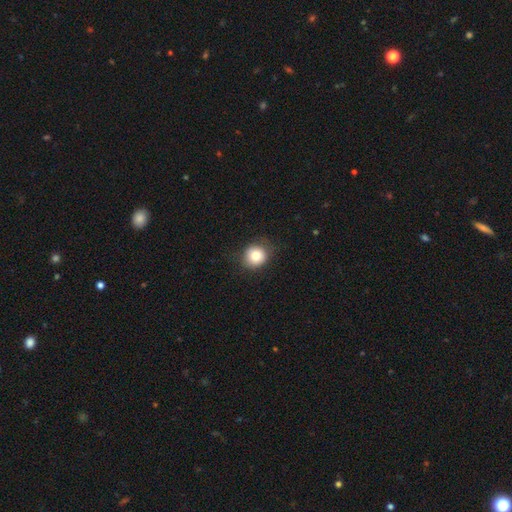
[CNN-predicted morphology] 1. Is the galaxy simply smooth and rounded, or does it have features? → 80% smooth, 10% featured or disk, 10% star or artifact.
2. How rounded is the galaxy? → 85% round, 14% in between, 1% cigar-shaped.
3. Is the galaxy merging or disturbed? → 80% none, 15% minor disturbance, 4% major disturbance, 1% merger.